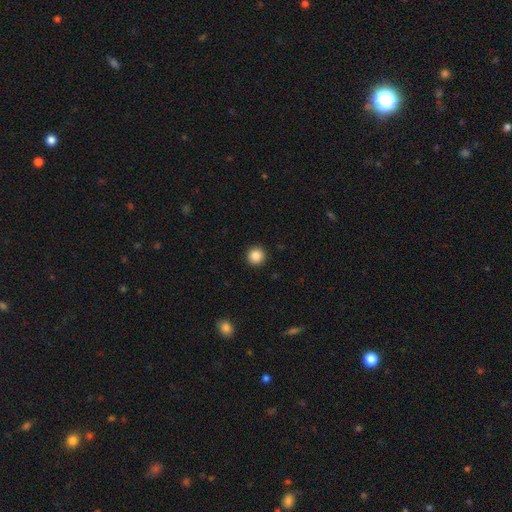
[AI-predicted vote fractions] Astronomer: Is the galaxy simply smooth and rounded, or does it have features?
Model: smooth — 87%.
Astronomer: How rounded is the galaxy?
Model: round — 96%.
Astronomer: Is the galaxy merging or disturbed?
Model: none — 93%.